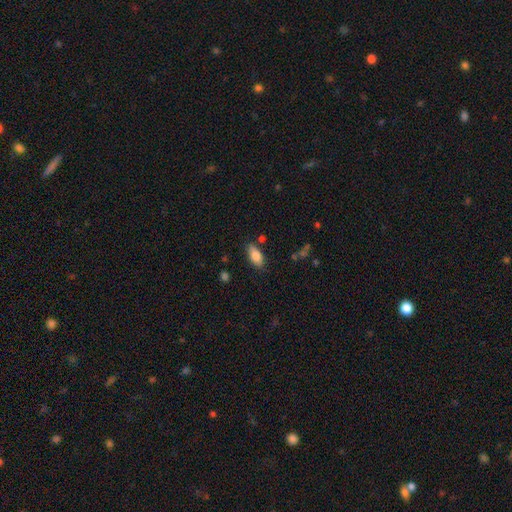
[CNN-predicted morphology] Smooth or featured? Predicted: smooth (p=0.82). How rounded? Predicted: in between (p=0.86). Merging? Predicted: none (p=0.80).